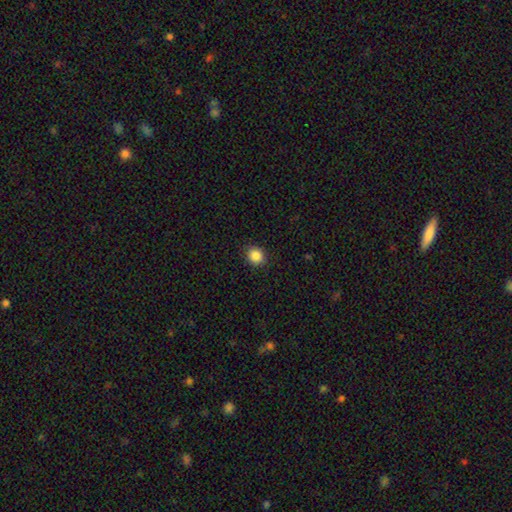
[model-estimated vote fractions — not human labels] A smooth galaxy with no disk features (87%) that is round (83%). Merging: none (90%).